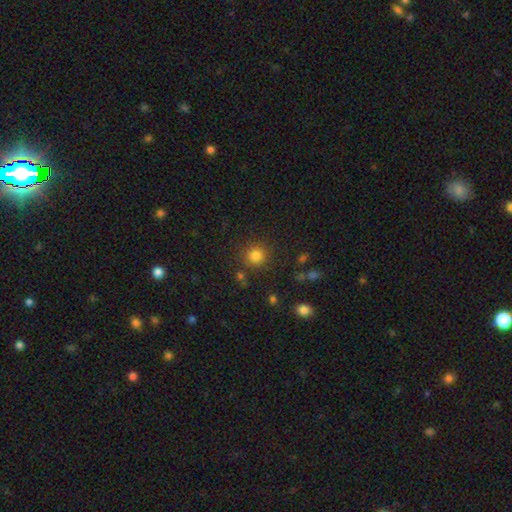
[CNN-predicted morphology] A smooth galaxy with no disk features (81%) that is round (92%). Merging: none (84%).